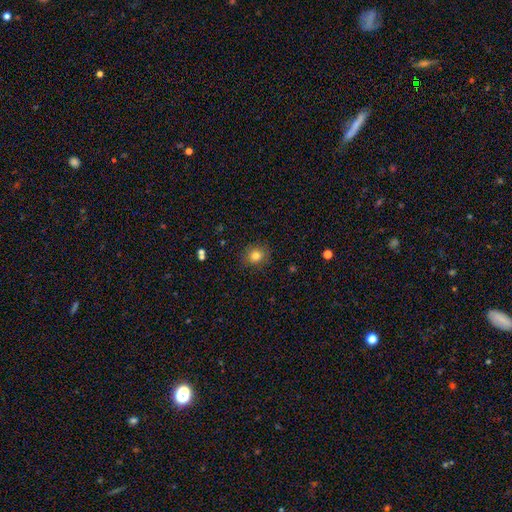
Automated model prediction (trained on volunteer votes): A smooth galaxy with no disk features (81%) that is round (79%).

Vote fractions:
- Smooth or featured? smooth: 81% / star or artifact: 12% / featured or disk: 7%
- How rounded? round: 79% / in between: 20% / cigar-shaped: 1%
- Merging? none: 87% / minor disturbance: 10% / major disturbance: 3% / merger: 1%